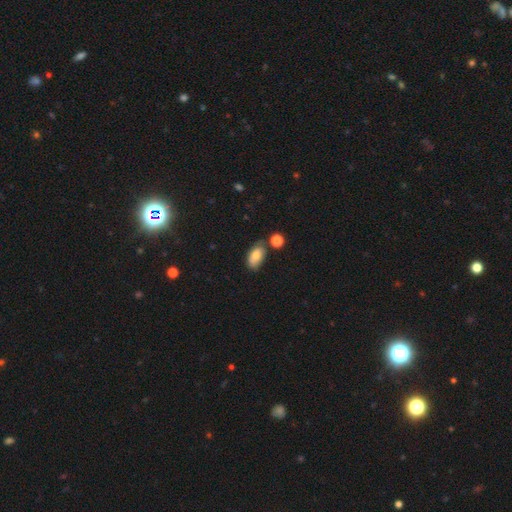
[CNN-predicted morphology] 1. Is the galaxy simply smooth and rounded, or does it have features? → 76% smooth, 16% featured or disk, 9% star or artifact.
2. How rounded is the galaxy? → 92% in between, 6% round, 3% cigar-shaped.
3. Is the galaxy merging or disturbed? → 60% none, 25% minor disturbance, 10% merger, 6% major disturbance.